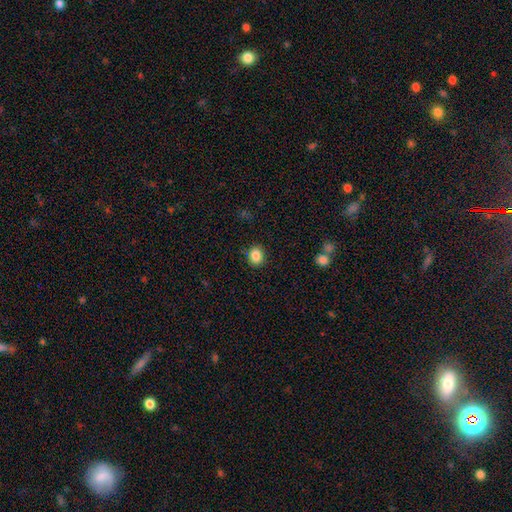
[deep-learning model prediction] This is clearly a smooth galaxy (86%). How rounded: possibly round (59%). Merging: clearly none (88%).